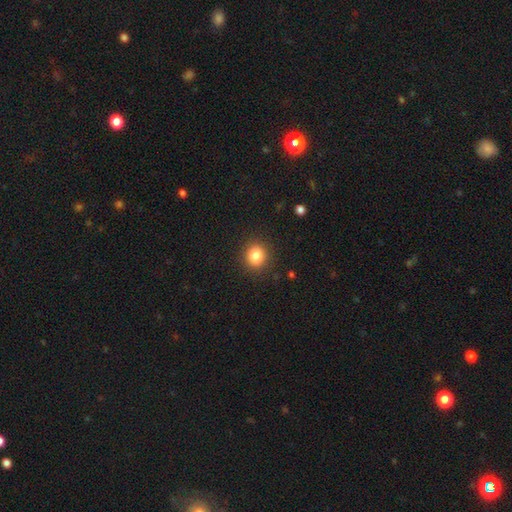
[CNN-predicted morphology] A smooth galaxy with no disk features (84%) that is round (84%).

Vote fractions:
- Smooth or featured? smooth: 84% / star or artifact: 11% / featured or disk: 6%
- How rounded? round: 84% / in between: 15% / cigar-shaped: 1%
- Merging? none: 90% / minor disturbance: 6% / major disturbance: 2% / merger: 1%